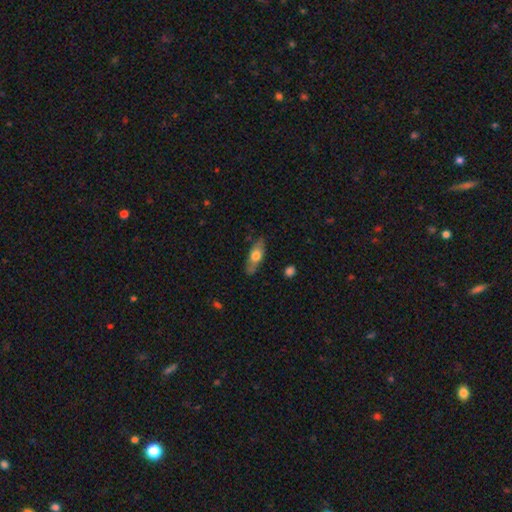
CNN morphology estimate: Smooth or featured? Predicted: smooth (p=0.60). How rounded? Predicted: in between (p=0.65). Merging? Predicted: none (p=0.80).